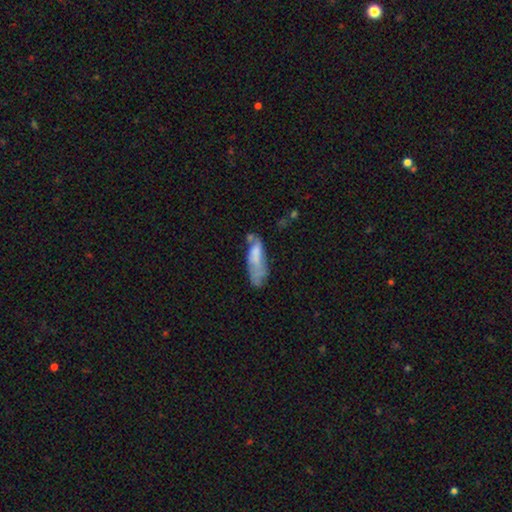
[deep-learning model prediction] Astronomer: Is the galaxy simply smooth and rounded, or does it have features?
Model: smooth — 57% (runner-up: featured or disk, 34%).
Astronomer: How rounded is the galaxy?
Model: in between — 61% (runner-up: cigar-shaped, 37%).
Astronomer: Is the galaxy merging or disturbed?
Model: none — 30% (runner-up: minor disturbance, 27%).